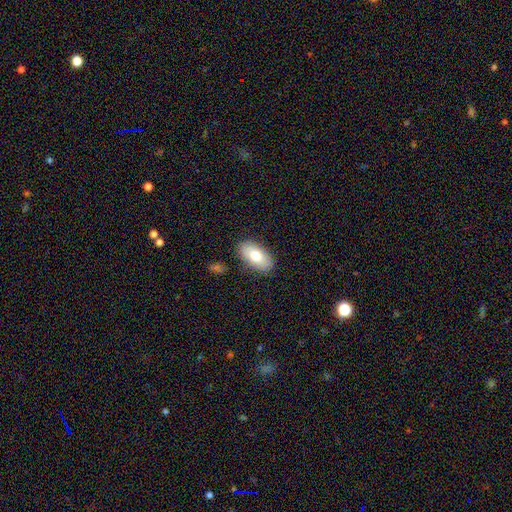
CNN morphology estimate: Smooth or featured? smooth (74%)
How rounded? in between (92%)
Merging? none (85%)